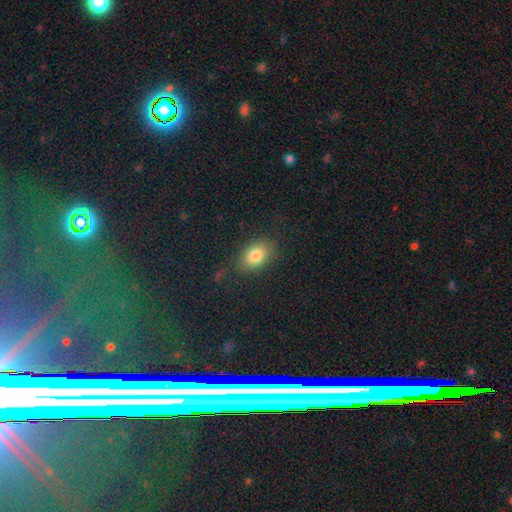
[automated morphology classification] This appears to be a smooth galaxy with no disk features (81%) that is in between round and cigar-shaped (78%). Merging: none (80%).